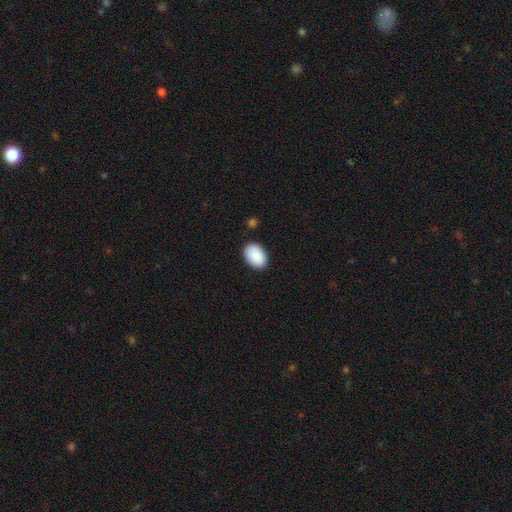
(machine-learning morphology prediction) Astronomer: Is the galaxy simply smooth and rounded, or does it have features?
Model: smooth — 90%.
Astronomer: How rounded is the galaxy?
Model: in between — 89%.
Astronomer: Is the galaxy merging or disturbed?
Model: none — 87%.